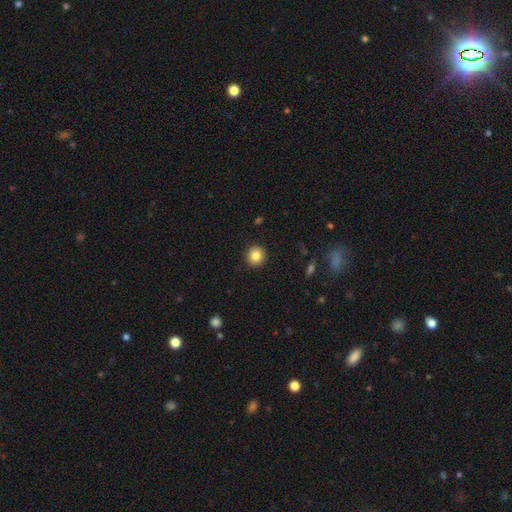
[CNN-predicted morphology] The model was most divided on "smooth or featured": smooth: 85%, star or artifact: 10%, featured or disk: 6%. More confident: merging — none (92%); how rounded — round (92%).